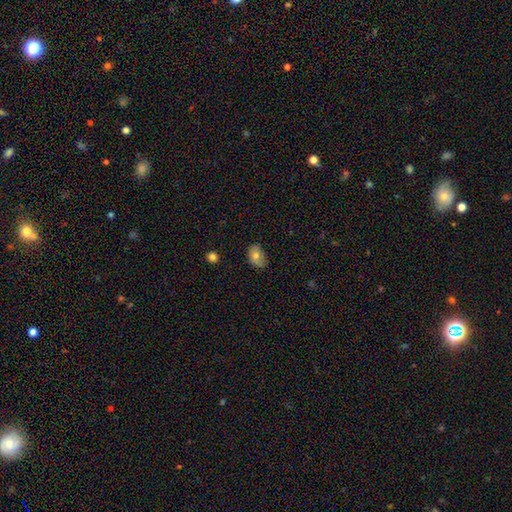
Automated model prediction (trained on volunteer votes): Smooth or featured? smooth (73%)
How rounded? in between (79%)
Merging? none (62%)